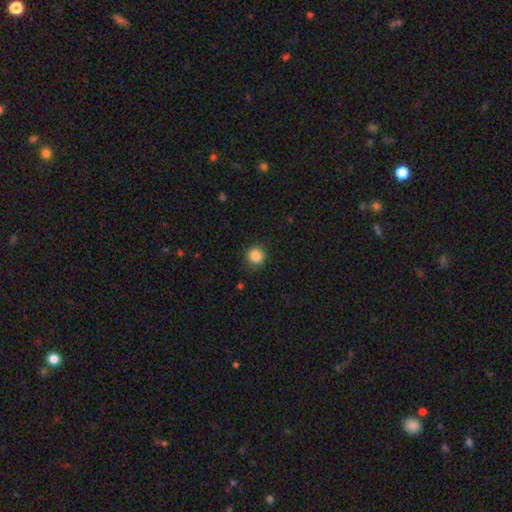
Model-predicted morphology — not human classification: smooth 86%, star or artifact 10%, featured or disk 4%. Down the decision tree: how rounded — round (94%); merging — none (89%).